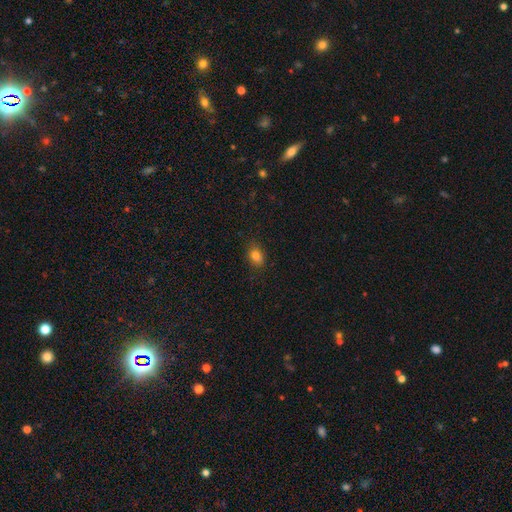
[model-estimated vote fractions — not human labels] This is clearly a smooth galaxy (81%). How rounded: likely in between (70%). Merging: clearly none (81%).